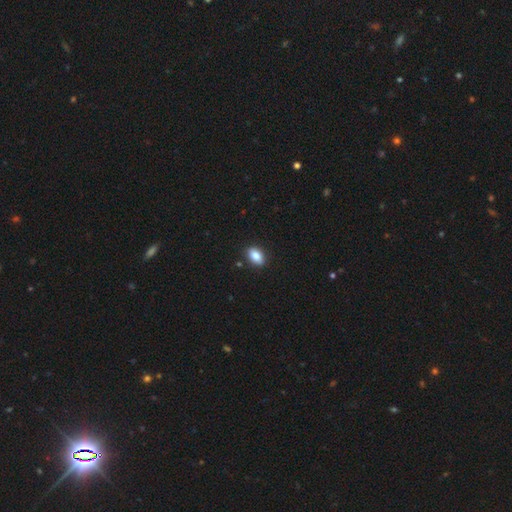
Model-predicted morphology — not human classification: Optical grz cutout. It shows a smooth galaxy with no disk features (83%) that is in between round and cigar-shaped (88%). Merging: none (87%).